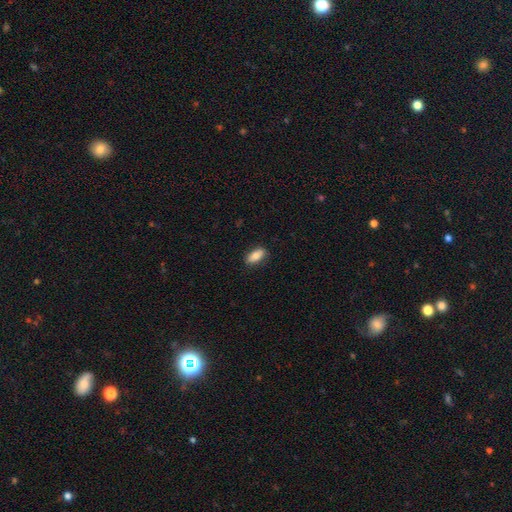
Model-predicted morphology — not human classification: Q: Smooth or featured?
A: smooth (82%); runner-up: featured or disk (11%)
Q: How rounded?
A: in between (84%); runner-up: cigar-shaped (13%)
Q: Merging?
A: none (86%); runner-up: minor disturbance (11%)